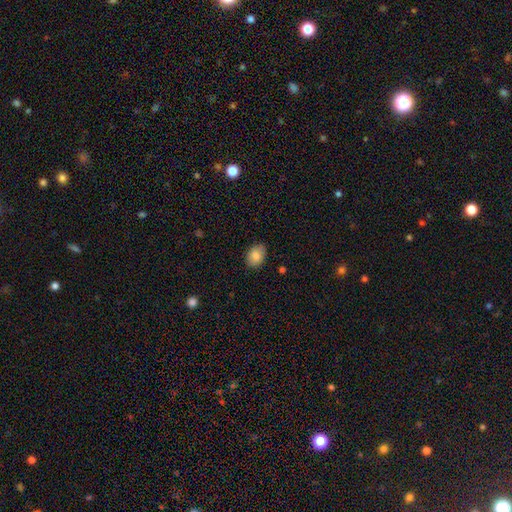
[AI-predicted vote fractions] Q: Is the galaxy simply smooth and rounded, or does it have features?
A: smooth — 82%.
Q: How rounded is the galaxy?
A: in between — 76%.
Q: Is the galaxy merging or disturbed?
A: none — 86%.